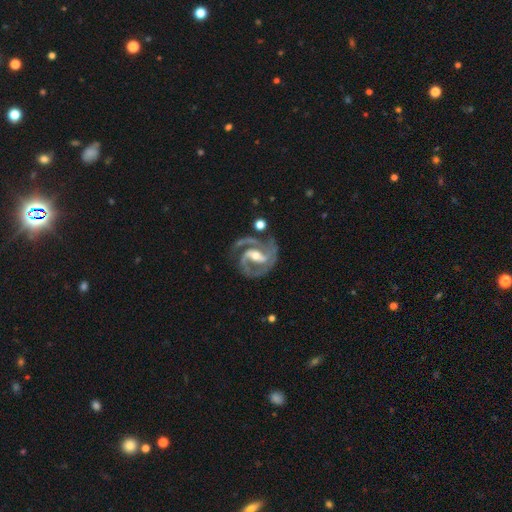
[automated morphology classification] Smooth or featured? featured or disk (92%)
Edge-on disk? no (98%)
Bar? strong (50%)
Spiral arms? yes (98%)
Spiral winding? medium (54%)
Spiral arm count? 2 (72%)
Bulge size? moderate (60%)
Merging? none (70%)